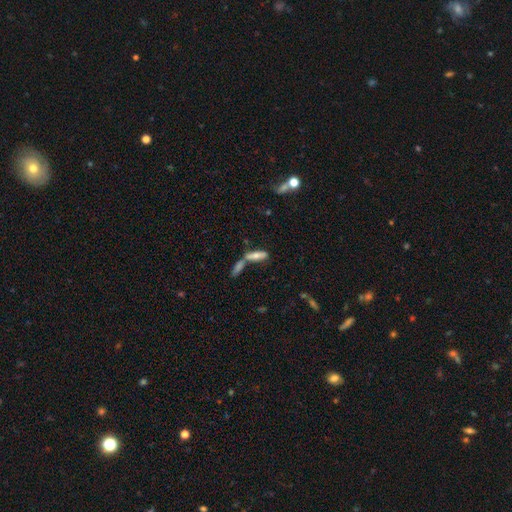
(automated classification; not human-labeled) Smooth or featured?
  - smooth: 58% *
  - featured or disk: 31%
  - star or artifact: 10%
How rounded?
  - cigar-shaped: 56% *
  - in between: 41%
  - round: 3%
Merging?
  - merger: 50% *
  - none: 34%
  - minor disturbance: 10%
  - major disturbance: 6%